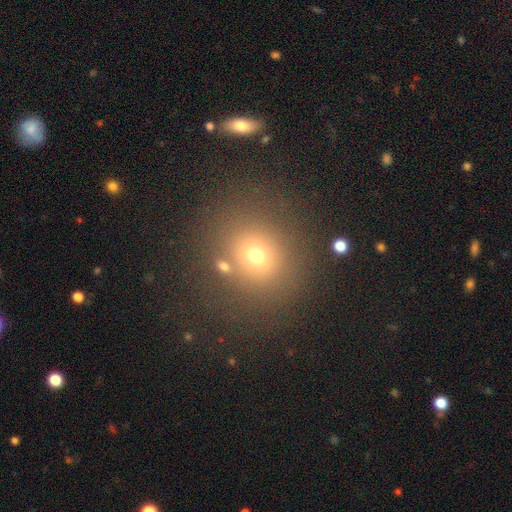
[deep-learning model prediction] Q: Smooth or featured?
A: smooth (66%); runner-up: star or artifact (22%)
Q: How rounded?
A: round (85%); runner-up: in between (14%)
Q: Merging?
A: none (81%); runner-up: minor disturbance (8%)